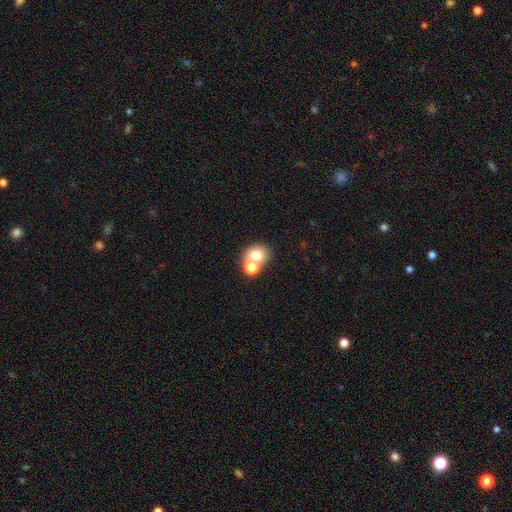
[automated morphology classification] Smooth or featured: smooth — 72% (featured or disk — 15%)
How rounded: round — 65% (in between — 34%)
Merging: merger — 46% (none — 44%)